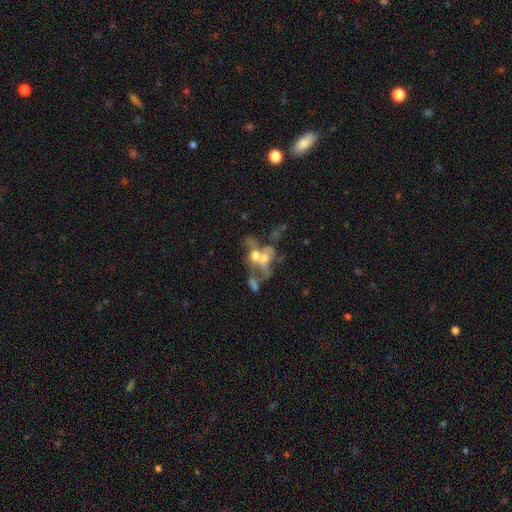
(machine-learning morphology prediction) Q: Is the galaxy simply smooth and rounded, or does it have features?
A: featured or disk — 56%.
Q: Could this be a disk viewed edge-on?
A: no — 95%.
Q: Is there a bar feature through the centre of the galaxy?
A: no — 88%.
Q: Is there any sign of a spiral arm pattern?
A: no — 87%.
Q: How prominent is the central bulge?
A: moderate — 46%.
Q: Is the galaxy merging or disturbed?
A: merger — 59%.